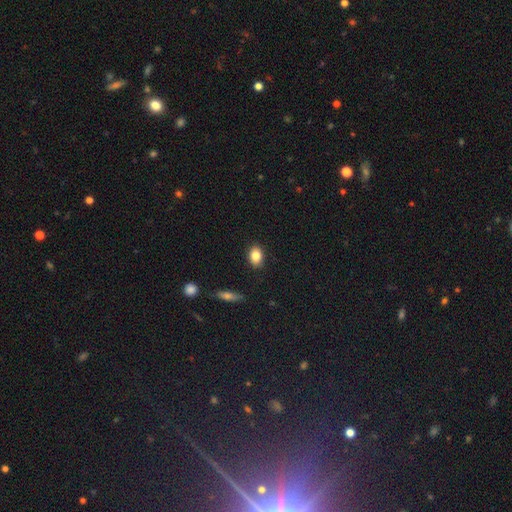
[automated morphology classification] A smooth galaxy with no disk features (83%) that is in between round and cigar-shaped (76%). Merging: none (88%).